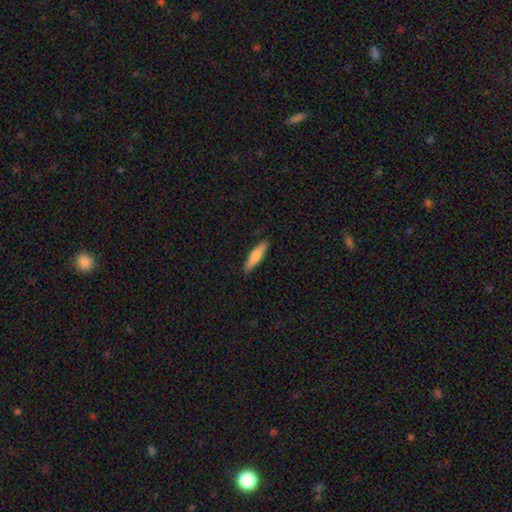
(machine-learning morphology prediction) smooth_or_featured: smooth (p=0.74) [alt: featured or disk p=0.20]
how_rounded: cigar-shaped (p=0.76) [alt: in between p=0.23]
merging: none (p=0.88) [alt: minor disturbance p=0.10]